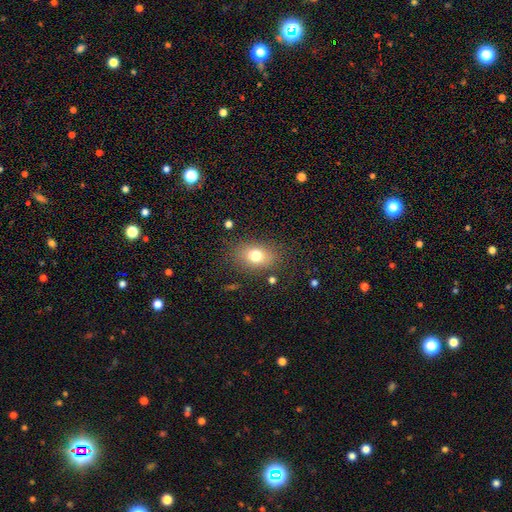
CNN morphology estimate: smooth_or_featured: smooth (p=0.75) [alt: featured or disk p=0.13]
how_rounded: in between (p=0.68) [alt: round p=0.31]
merging: none (p=0.82) [alt: minor disturbance p=0.12]